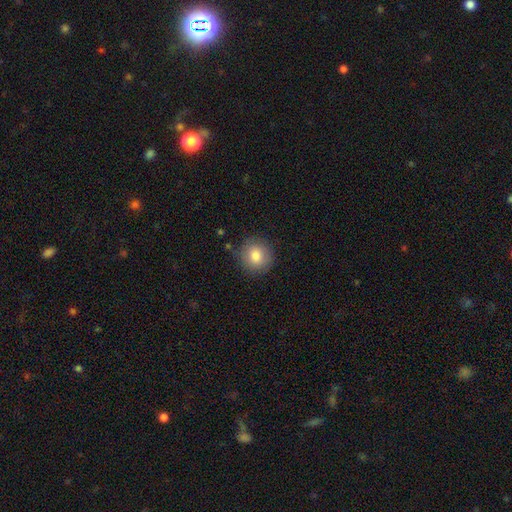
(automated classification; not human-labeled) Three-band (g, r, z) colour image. It shows a smooth galaxy with no disk features (82%) that is round (91%). Merging: none (85%).